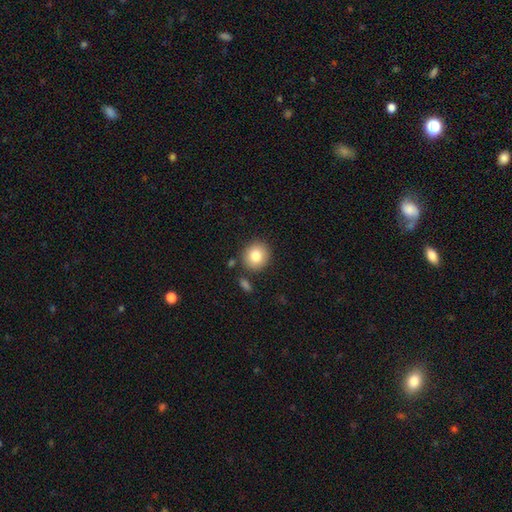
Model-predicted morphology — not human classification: Smooth or featured: smooth — 82% (star or artifact — 9%)
How rounded: round — 84% (in between — 15%)
Merging: none — 84% (minor disturbance — 8%)